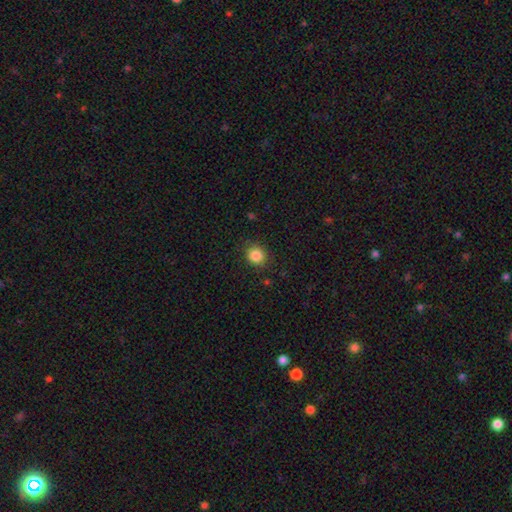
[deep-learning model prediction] Overall: smooth (85%). How rounded: round (80%). Merging: none (86%).